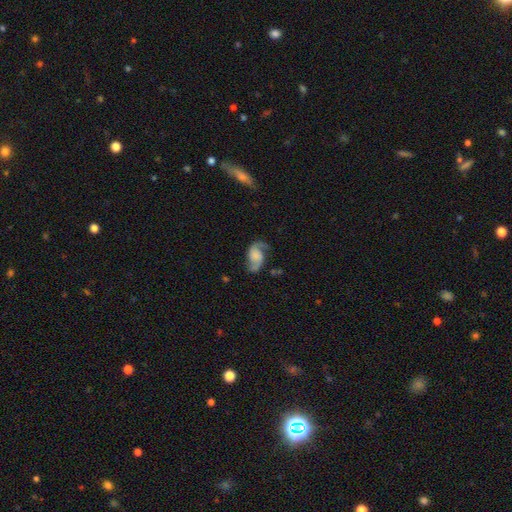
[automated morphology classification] Smooth or featured? Predicted: featured or disk (p=0.75). Edge-on disk? Predicted: no (p=0.97). Bar? Predicted: no (p=0.61). Spiral arms? Predicted: yes (p=0.94). Spiral winding? Predicted: loose (p=0.55). Spiral arm count? Predicted: 2 (p=0.90). Bulge size? Predicted: none (p=0.48). Merging? Predicted: none (p=0.62).